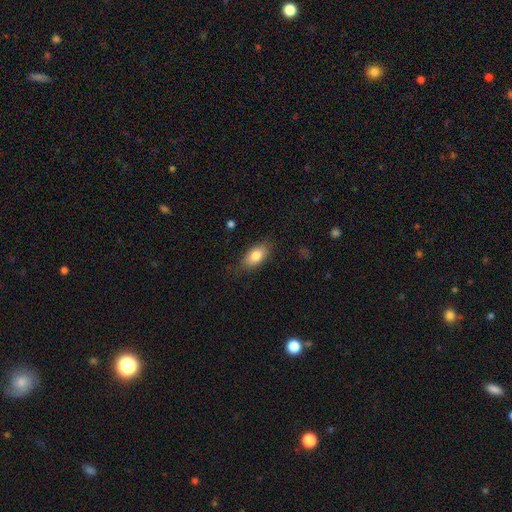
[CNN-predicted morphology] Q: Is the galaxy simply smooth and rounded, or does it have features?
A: smooth — 82%.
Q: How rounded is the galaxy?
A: in between — 89%.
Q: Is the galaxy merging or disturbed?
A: none — 80%.